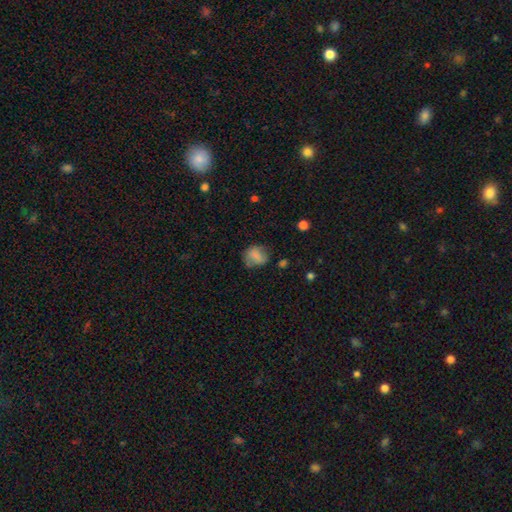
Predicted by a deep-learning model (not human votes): Morphology: type=smooth (75%); roundness=round (58%); merging=none (58%).